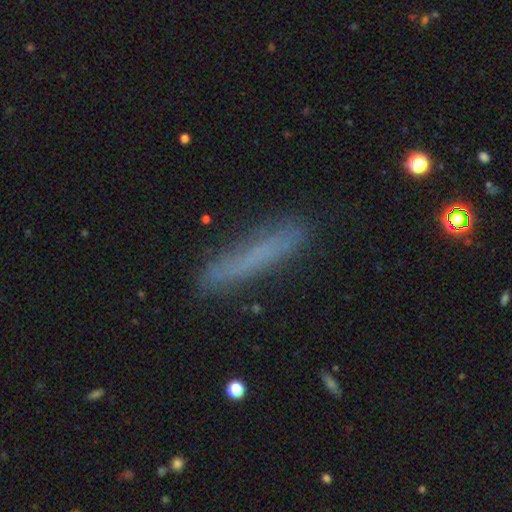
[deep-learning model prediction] This is likely a smooth galaxy (64%). How rounded: clearly cigar-shaped (92%). Merging: clearly none (83%).